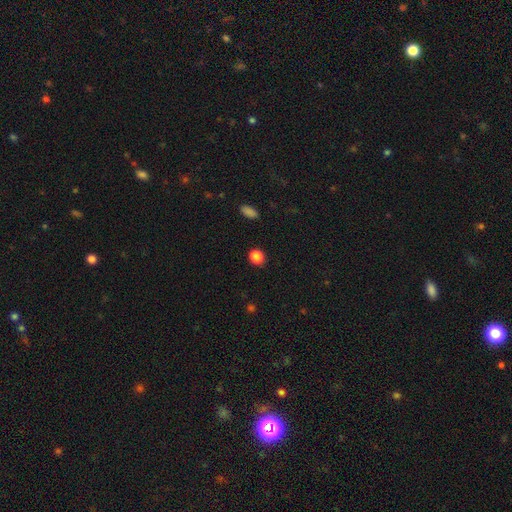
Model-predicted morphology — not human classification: This is clearly a smooth galaxy (85%). How rounded: likely round (66%). Merging: clearly none (89%).